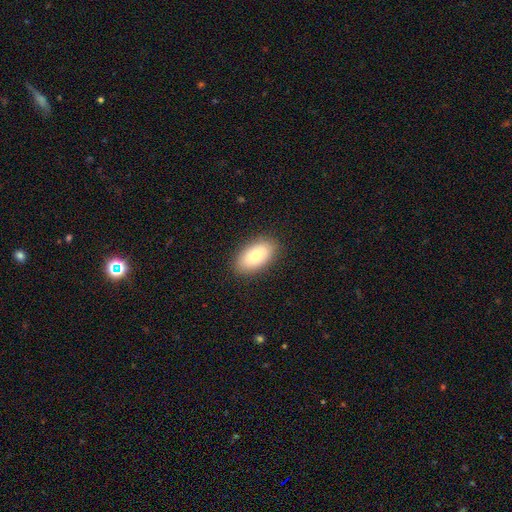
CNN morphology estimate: type=smooth (80%); roundness=in between (93%); merging=none (88%).